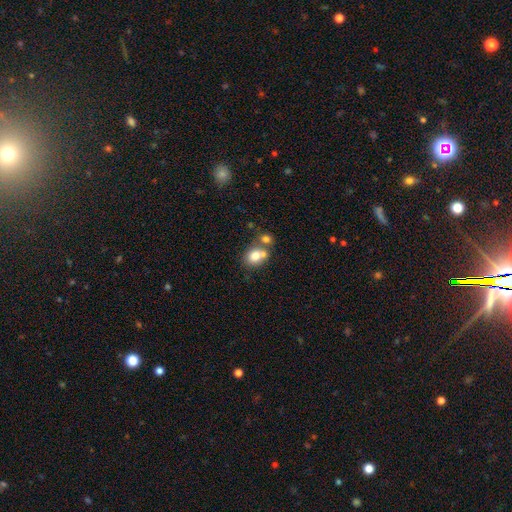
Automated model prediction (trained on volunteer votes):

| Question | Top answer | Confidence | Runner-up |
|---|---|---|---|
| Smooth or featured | smooth | 76% | featured or disk (14%) |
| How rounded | in between | 53% | round (46%) |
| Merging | merger | 46% | none (38%) |